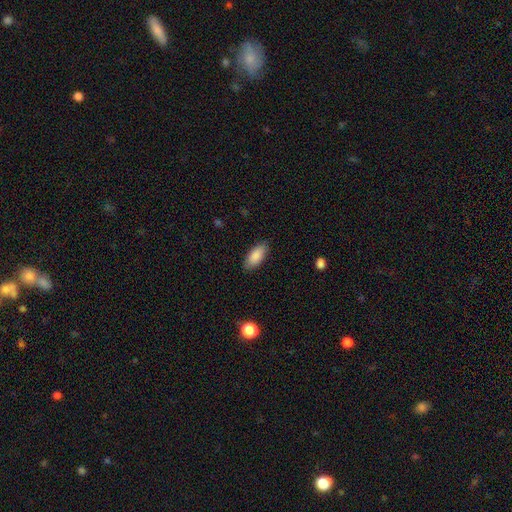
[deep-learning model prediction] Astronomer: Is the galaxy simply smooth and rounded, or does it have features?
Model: smooth — 88%.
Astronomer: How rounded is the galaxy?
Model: in between — 86%.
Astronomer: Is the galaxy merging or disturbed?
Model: none — 86%.